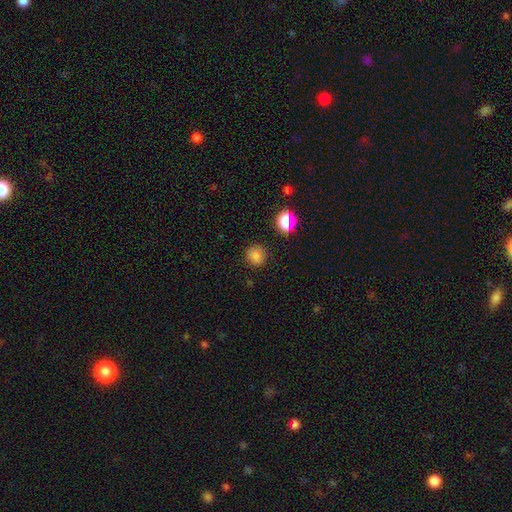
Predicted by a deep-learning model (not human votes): Smooth or featured? Predicted: smooth (p=0.78). How rounded? Predicted: round (p=0.87). Merging? Predicted: none (p=0.86).